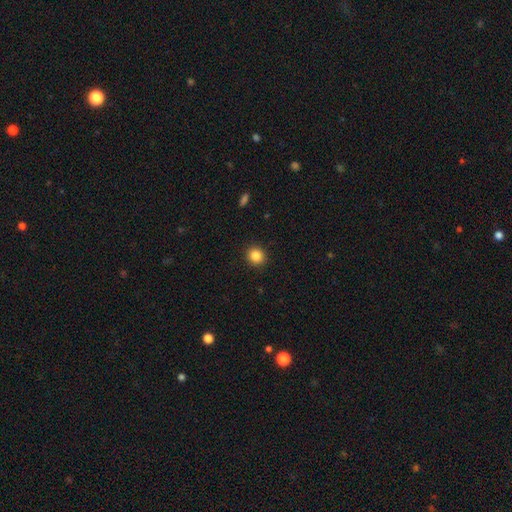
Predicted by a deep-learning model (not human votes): This appears to be a smooth galaxy with no disk features (85%) that is round (84%). Merging: none (91%).